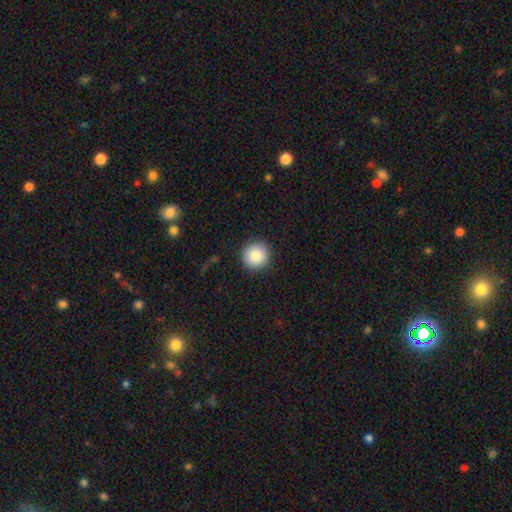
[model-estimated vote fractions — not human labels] smooth_or_featured: smooth (p=0.87) [alt: star or artifact p=0.08]
how_rounded: round (p=0.95) [alt: in between p=0.04]
merging: none (p=0.91) [alt: minor disturbance p=0.06]